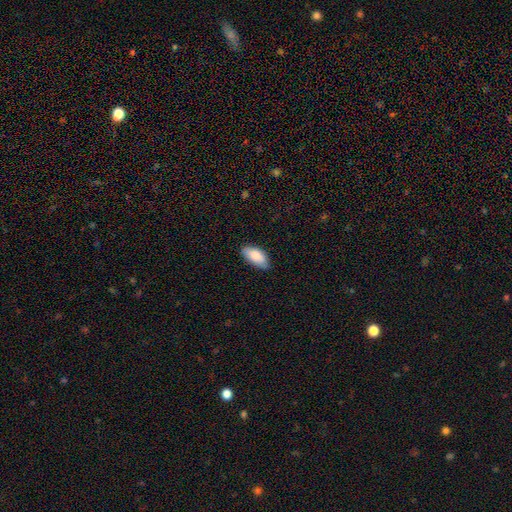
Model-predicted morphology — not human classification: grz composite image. It shows a smooth galaxy with no disk features (85%) that is in between round and cigar-shaped (91%). Merging: none (80%).